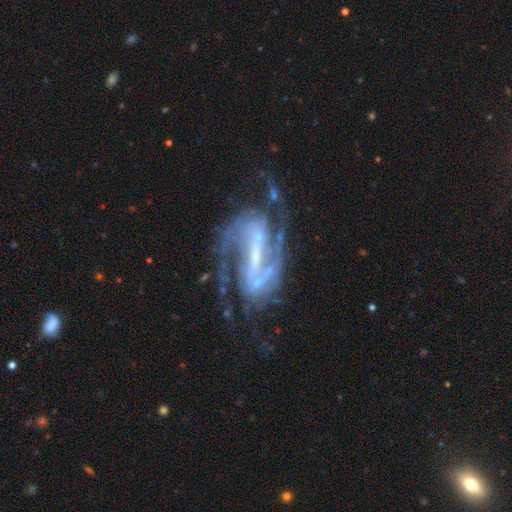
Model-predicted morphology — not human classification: smooth_or_featured: featured or disk (p=0.89) [alt: star or artifact p=0.07]
disk_edge_on: no (p=0.96) [alt: yes p=0.04]
bar: strong (p=0.60) [alt: weak p=0.29]
has_spiral_arms: yes (p=0.95) [alt: no p=0.05]
spiral_winding: medium (p=0.53) [alt: loose p=0.24]
spiral_arm_count: 2 (p=0.80) [alt: can't tell p=0.07]
bulge_size: small (p=0.60) [alt: moderate p=0.21]
merging: none (p=0.52) [alt: major disturbance p=0.21]